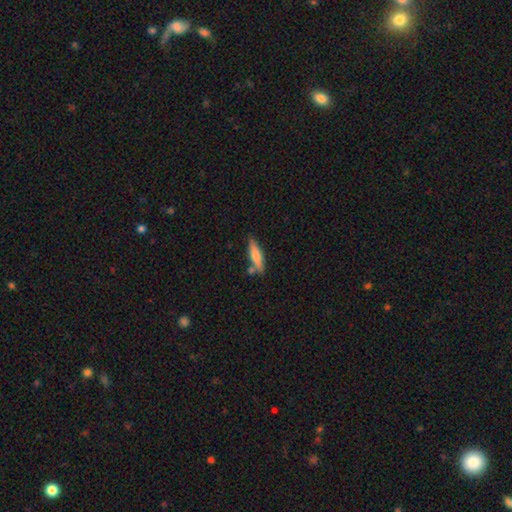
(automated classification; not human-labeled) A smooth galaxy with no disk features (63%) that is cigar-shaped (75%). Merging: none (71%).